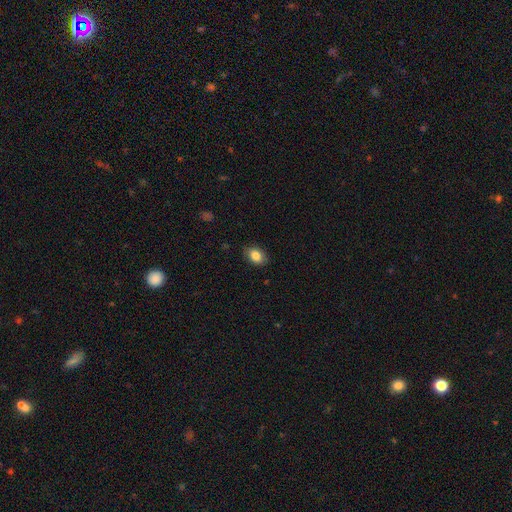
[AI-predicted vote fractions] A smooth galaxy with no disk features (84%) that is in between round and cigar-shaped (80%). Merging: none (86%).